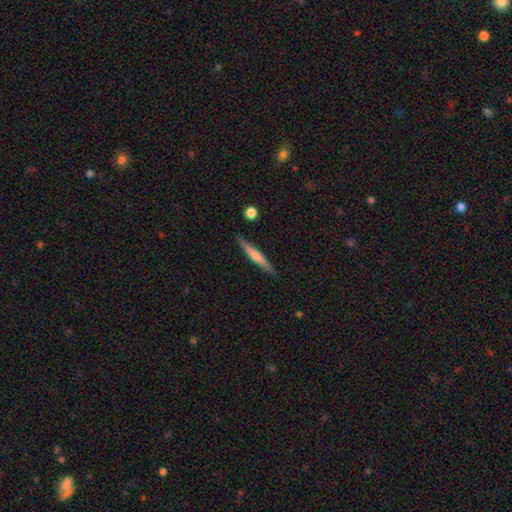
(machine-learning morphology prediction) Q: Smooth or featured?
A: smooth (56%); runner-up: featured or disk (38%)
Q: How rounded?
A: cigar-shaped (94%); runner-up: in between (5%)
Q: Merging?
A: none (87%); runner-up: minor disturbance (10%)